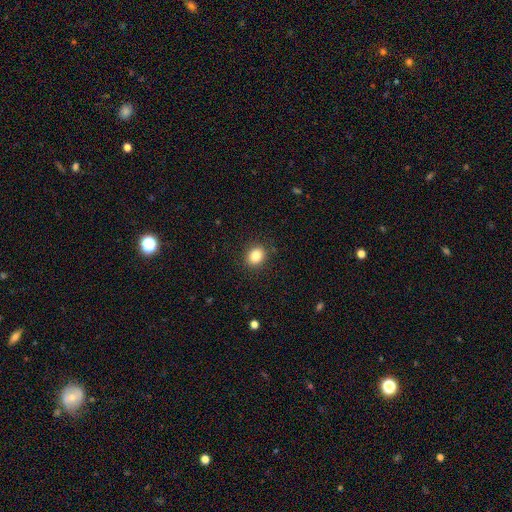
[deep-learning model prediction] A smooth galaxy with no disk features (85%) that is round (54%).

Vote fractions:
- Smooth or featured? smooth: 85% / star or artifact: 10% / featured or disk: 5%
- How rounded? round: 54% / in between: 45% / cigar-shaped: 1%
- Merging? none: 88% / minor disturbance: 9% / major disturbance: 3% / merger: 1%